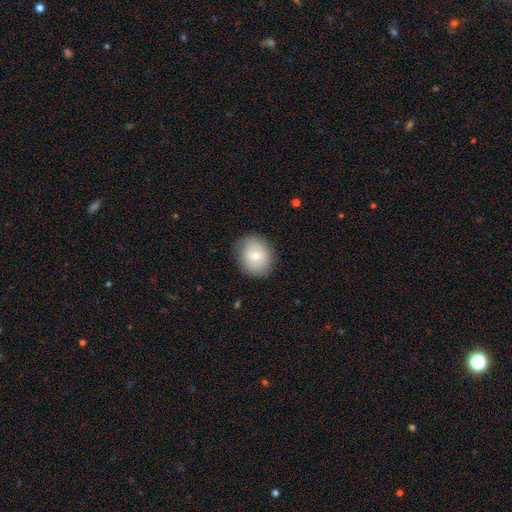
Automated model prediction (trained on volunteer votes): Smooth or featured? smooth (66%)
How rounded? round (72%)
Merging? none (80%)